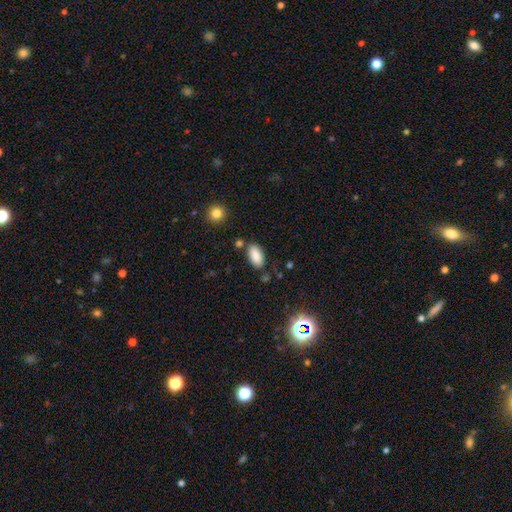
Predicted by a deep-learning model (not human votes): Smooth or featured? Predicted: smooth (p=0.88). How rounded? Predicted: in between (p=0.94). Merging? Predicted: none (p=0.79).